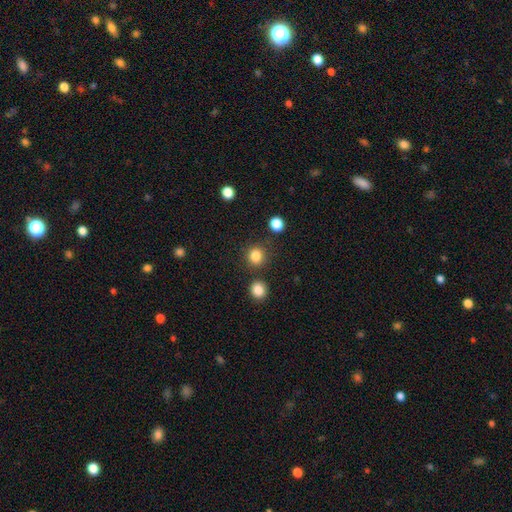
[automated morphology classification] This appears to be a smooth galaxy with no disk features (84%) that is round (89%). Merging: none (84%).